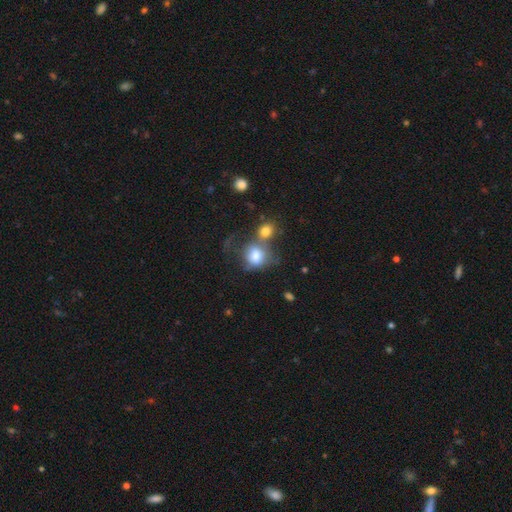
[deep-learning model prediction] smooth-or-featured: smooth: 76% | featured or disk: 15% | star or artifact: 9%
  how-rounded: round: 67% | in between: 31% | cigar-shaped: 1%
  merging: merger: 48% | none: 27% | major disturbance: 13% | minor disturbance: 13%